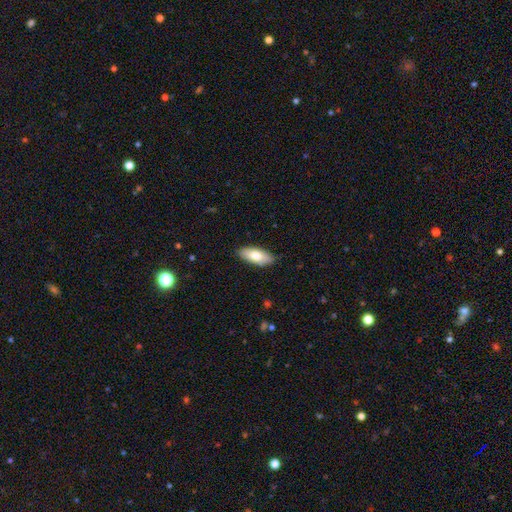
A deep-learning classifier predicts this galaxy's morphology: Smooth or featured?
  - smooth: 77% *
  - featured or disk: 18%
  - star or artifact: 6%
How rounded?
  - in between: 82% *
  - cigar-shaped: 16%
  - round: 2%
Merging?
  - none: 87% *
  - minor disturbance: 10%
  - major disturbance: 2%
  - merger: 1%